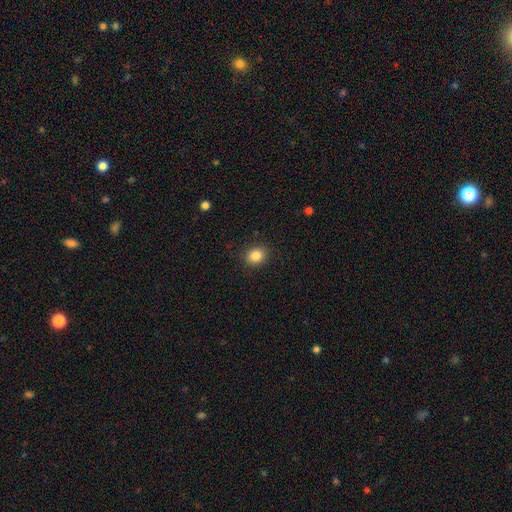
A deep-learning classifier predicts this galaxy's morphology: Smooth or featured?
  - smooth: 85% *
  - star or artifact: 10%
  - featured or disk: 5%
How rounded?
  - round: 61% *
  - in between: 38%
  - cigar-shaped: 1%
Merging?
  - none: 89% *
  - minor disturbance: 8%
  - major disturbance: 2%
  - merger: 1%